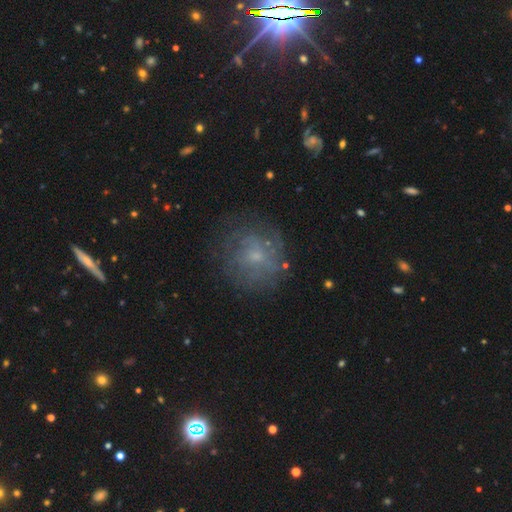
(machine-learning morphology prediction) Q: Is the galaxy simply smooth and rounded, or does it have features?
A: featured or disk — 41%, tied with smooth.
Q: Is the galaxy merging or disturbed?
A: none — 74%.